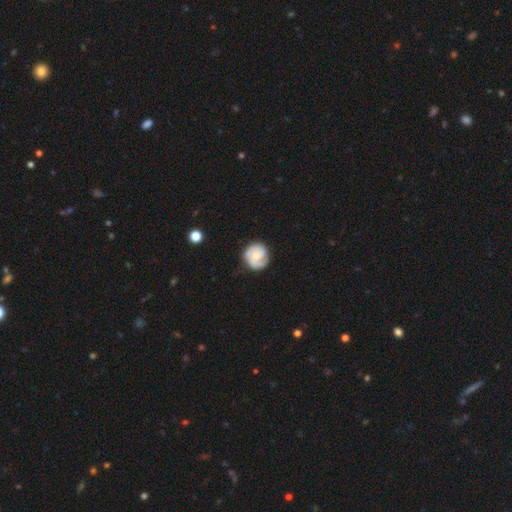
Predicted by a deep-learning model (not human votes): featured or disk 68%, smooth 26%, star or artifact 6%. Down the decision tree: edge-on disk — no (98%); bar — no (64%); spiral arms — yes (93%); spiral arm count — 2 (56%); spiral winding — tight (52%); bulge size — small (54%); merging — none (74%).